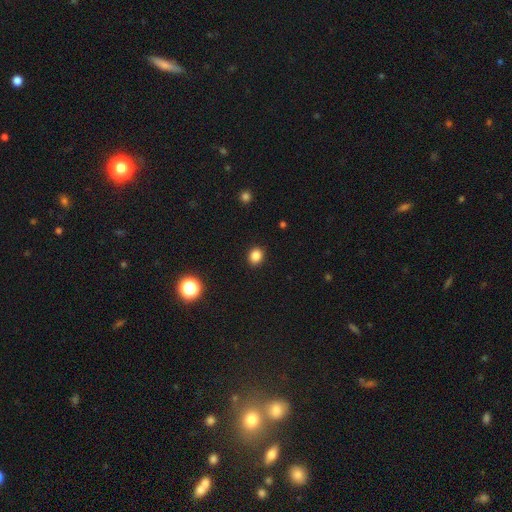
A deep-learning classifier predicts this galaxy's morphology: A smooth galaxy with no disk features (85%) that is round (63%). Merging: none (91%).